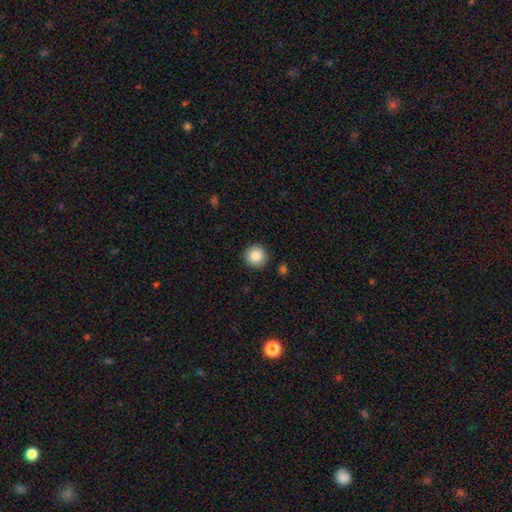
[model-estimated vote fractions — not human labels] Q: Smooth or featured?
A: smooth (87%); runner-up: star or artifact (8%)
Q: How rounded?
A: round (95%); runner-up: in between (4%)
Q: Merging?
A: none (90%); runner-up: minor disturbance (6%)